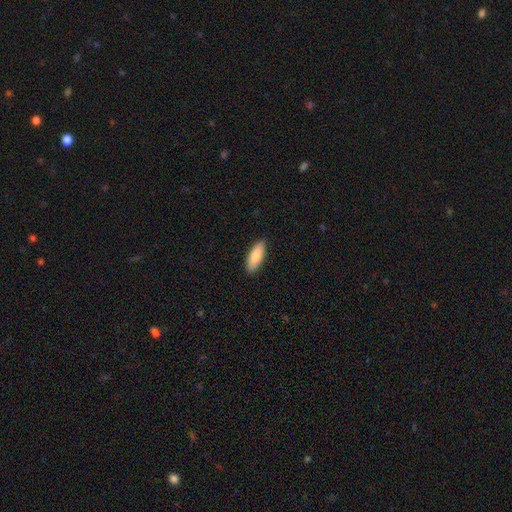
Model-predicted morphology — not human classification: A smooth galaxy with no disk features (86%) that is in between round and cigar-shaped (68%). Merging: none (90%).